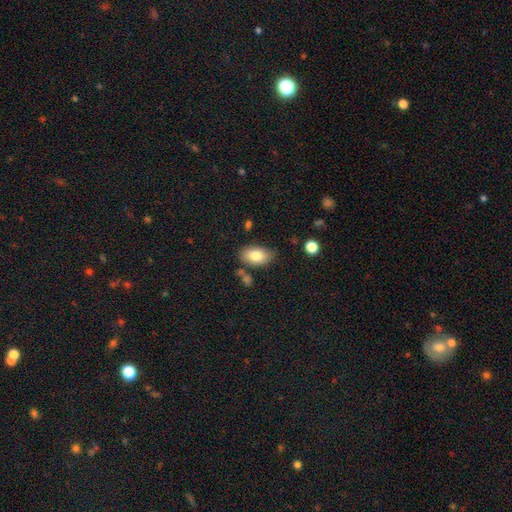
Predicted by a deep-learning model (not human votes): The model was most divided on "merging": none: 74%, minor disturbance: 17%, merger: 5%, major disturbance: 4%. More confident: how rounded — in between (92%); smooth or featured — smooth (81%).